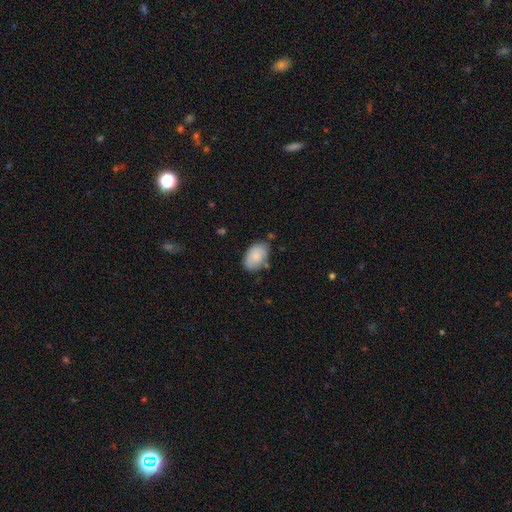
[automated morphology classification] Q: Smooth or featured?
A: smooth (85%); runner-up: featured or disk (9%)
Q: How rounded?
A: in between (92%); runner-up: round (7%)
Q: Merging?
A: none (70%); runner-up: minor disturbance (21%)